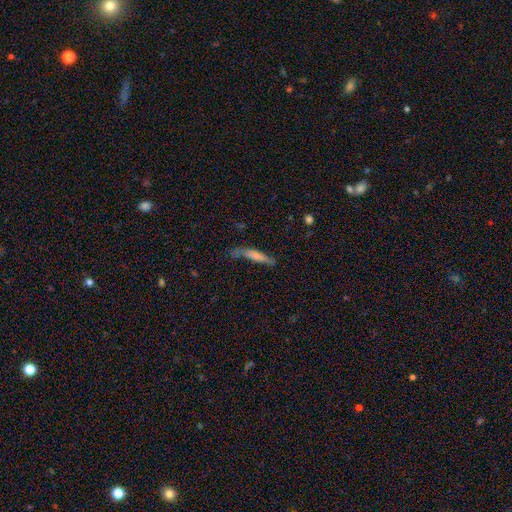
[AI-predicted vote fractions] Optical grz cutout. It shows a smooth galaxy with no disk features (65%) that is cigar-shaped (85%). Merging: none (56%).